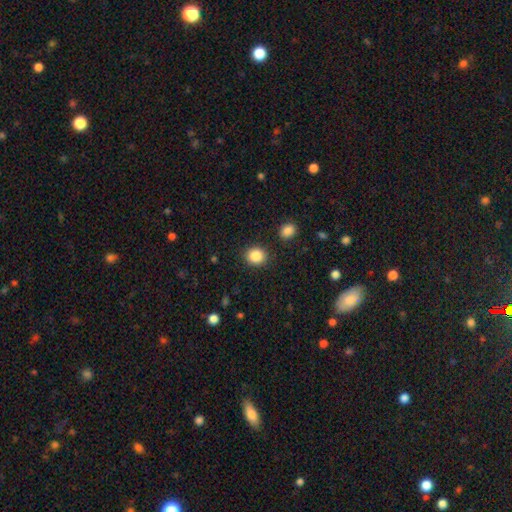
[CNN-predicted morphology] This is clearly a smooth galaxy (86%). How rounded: likely round (74%). Merging: clearly none (88%).